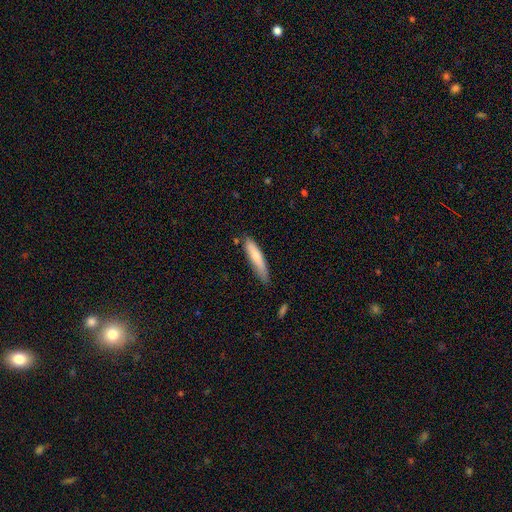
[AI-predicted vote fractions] Smooth or featured? Predicted: smooth (p=0.77). How rounded? Predicted: cigar-shaped (p=0.85). Merging? Predicted: none (p=0.72).